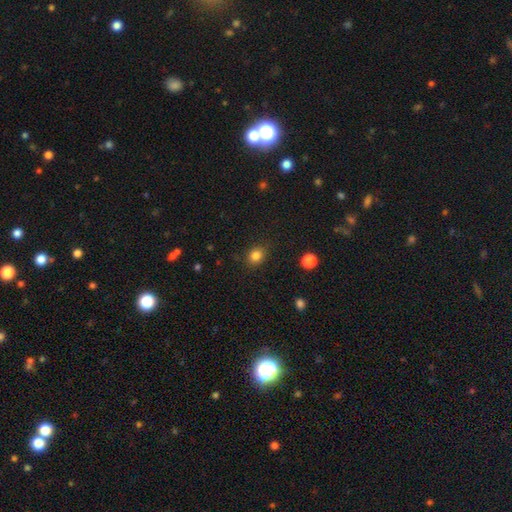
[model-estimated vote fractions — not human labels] The model was most divided on "how rounded": round: 60%, in between: 39%, cigar-shaped: 1%. More confident: merging — none (86%); smooth or featured — smooth (83%).